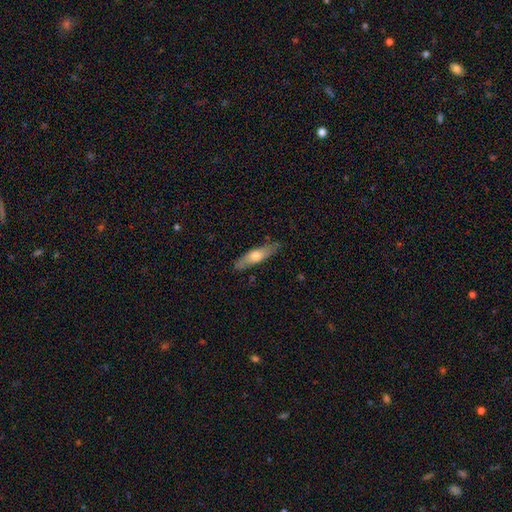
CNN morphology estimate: smooth 56%, featured or disk 38%, star or artifact 5%. Down the decision tree: how rounded — cigar-shaped (68%); merging — none (80%).